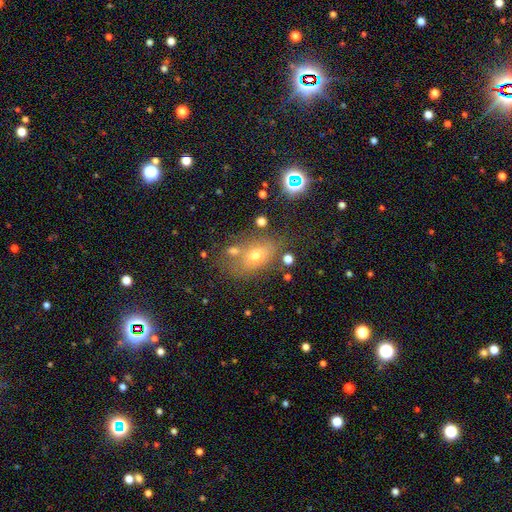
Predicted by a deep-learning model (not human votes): A smooth galaxy with no disk features (62%) that is in between round and cigar-shaped (76%). Merging: none (57%).